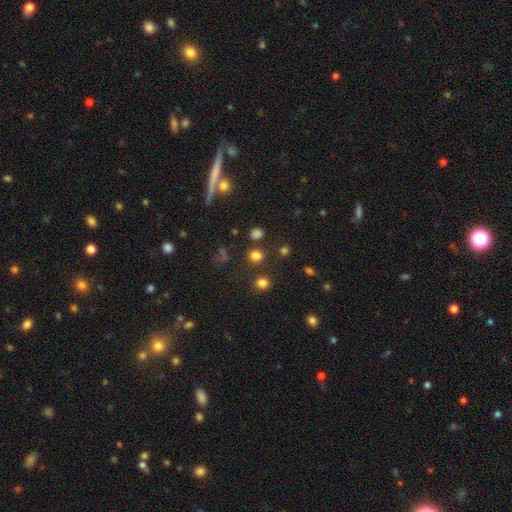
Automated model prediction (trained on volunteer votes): smooth 75%, star or artifact 20%, featured or disk 5%. Down the decision tree: how rounded — round (78%); merging — none (79%).